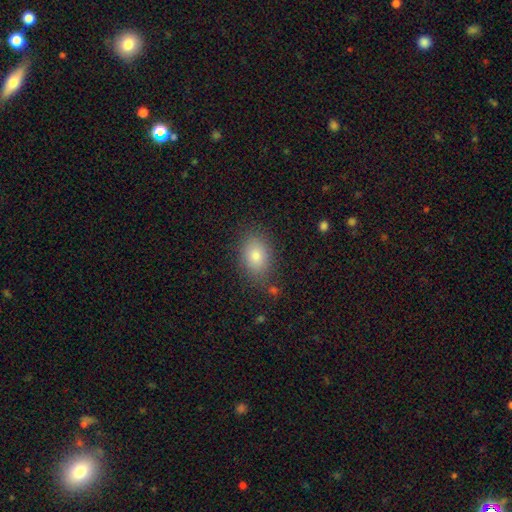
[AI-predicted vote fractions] The model was most divided on "how rounded": in between: 79%, round: 20%, cigar-shaped: 1%. More confident: merging — none (82%); smooth or featured — smooth (80%).